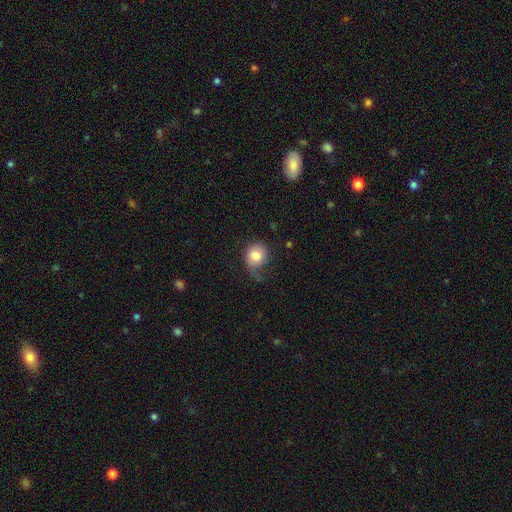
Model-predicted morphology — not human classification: smooth_or_featured: smooth (p=0.77) [alt: featured or disk p=0.15]
how_rounded: round (p=0.70) [alt: in between p=0.29]
merging: none (p=0.43) [alt: minor disturbance p=0.31]